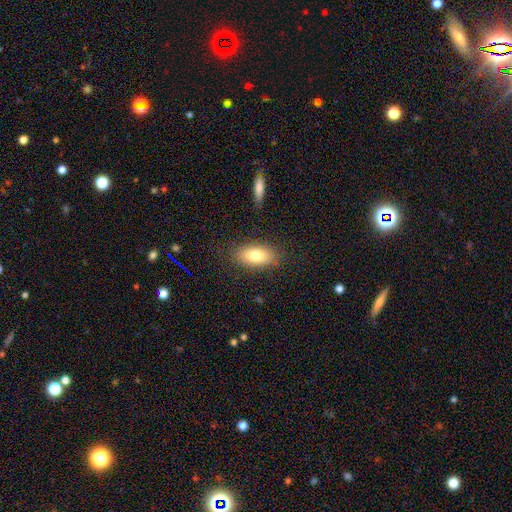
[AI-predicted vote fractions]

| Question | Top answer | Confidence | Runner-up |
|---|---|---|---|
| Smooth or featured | smooth | 79% | featured or disk (14%) |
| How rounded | in between | 88% | cigar-shaped (8%) |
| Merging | none | 84% | minor disturbance (11%) |